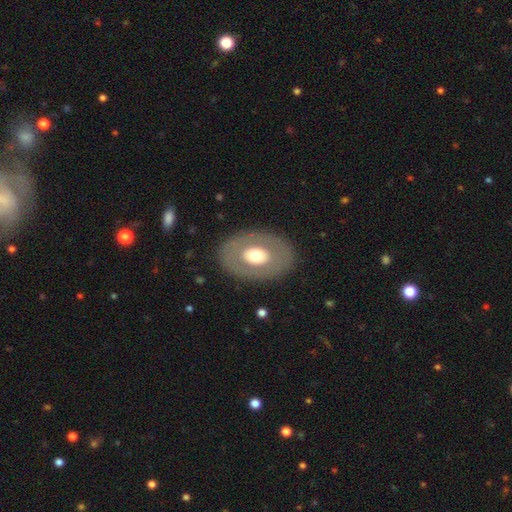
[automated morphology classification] This appears to be a smooth galaxy with no disk features (53%) that is in between round and cigar-shaped (75%). Merging: none (84%).